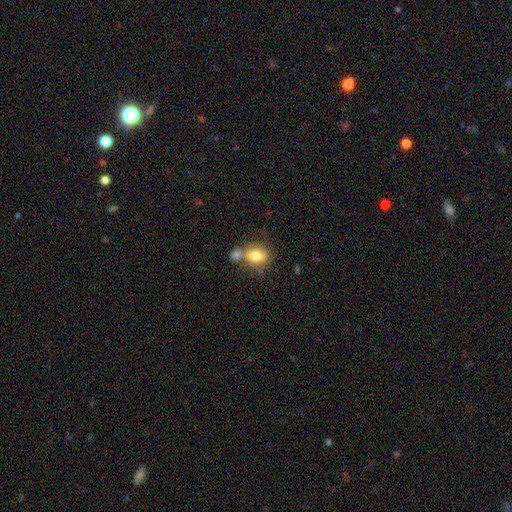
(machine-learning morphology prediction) Smooth or featured?
  - smooth: 75% *
  - featured or disk: 16%
  - star or artifact: 9%
How rounded?
  - in between: 60% *
  - round: 38%
  - cigar-shaped: 2%
Merging?
  - none: 47% *
  - merger: 35%
  - minor disturbance: 13%
  - major disturbance: 5%